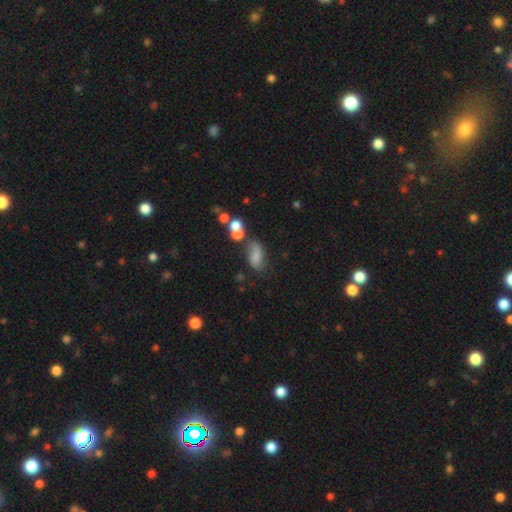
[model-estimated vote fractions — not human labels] This appears to be a smooth galaxy with no disk features (62%) that is in between round and cigar-shaped (84%). Merging: none (45%).